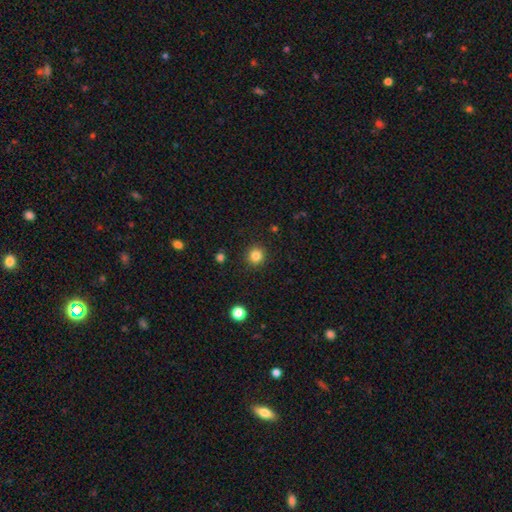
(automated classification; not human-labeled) Morphology: type=smooth (84%); roundness=round (92%); merging=none (90%).